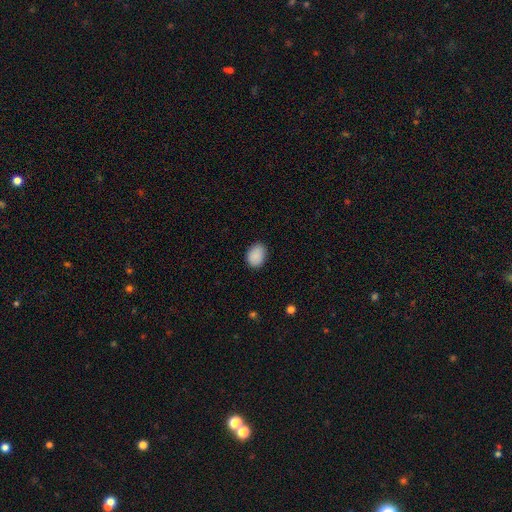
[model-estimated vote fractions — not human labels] Q: Smooth or featured?
A: smooth (89%); runner-up: star or artifact (7%)
Q: How rounded?
A: in between (73%); runner-up: round (26%)
Q: Merging?
A: none (83%); runner-up: minor disturbance (14%)